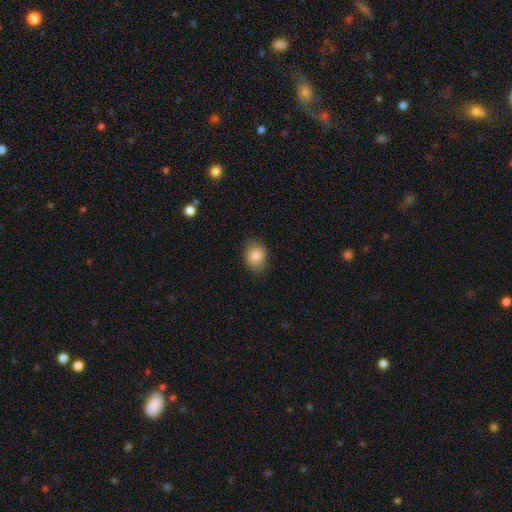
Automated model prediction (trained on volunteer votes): A smooth galaxy with no disk features (84%) that is in between round and cigar-shaped (52%). Merging: none (81%).